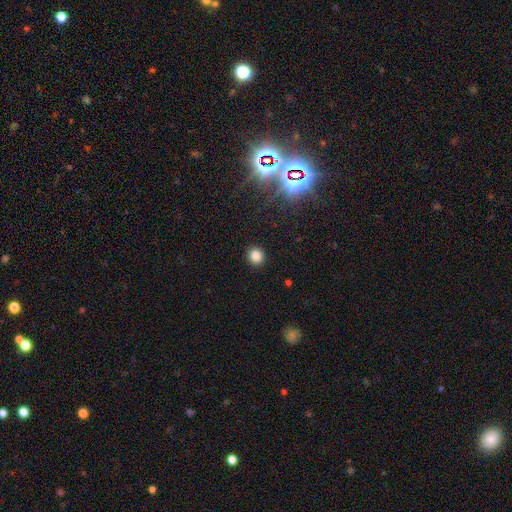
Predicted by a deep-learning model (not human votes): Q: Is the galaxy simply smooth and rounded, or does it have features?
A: smooth — 83%.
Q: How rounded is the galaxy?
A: round — 88%.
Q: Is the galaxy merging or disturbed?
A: none — 92%.